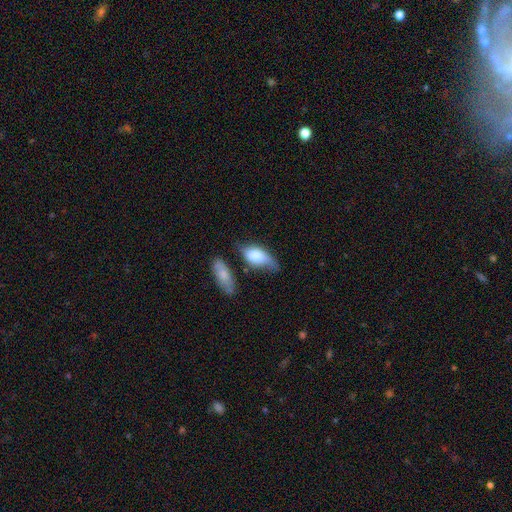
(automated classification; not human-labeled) Smooth or featured? smooth (73%)
How rounded? in between (86%)
Merging? minor disturbance (39%)